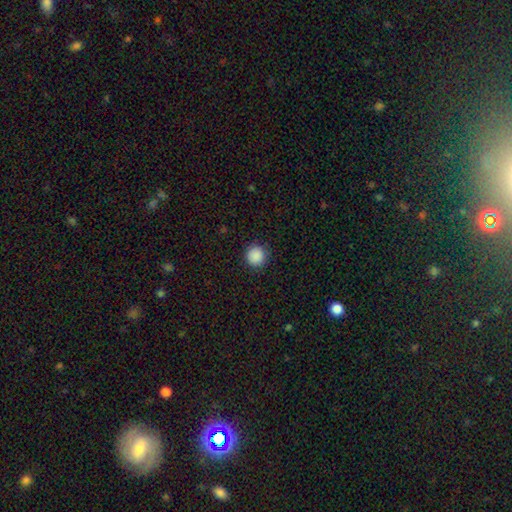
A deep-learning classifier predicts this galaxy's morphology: Smooth or featured?
  - smooth: 89% *
  - star or artifact: 9%
  - featured or disk: 2%
How rounded?
  - round: 95% *
  - in between: 4%
  - cigar-shaped: 1%
Merging?
  - none: 91% *
  - minor disturbance: 6%
  - major disturbance: 2%
  - merger: 1%